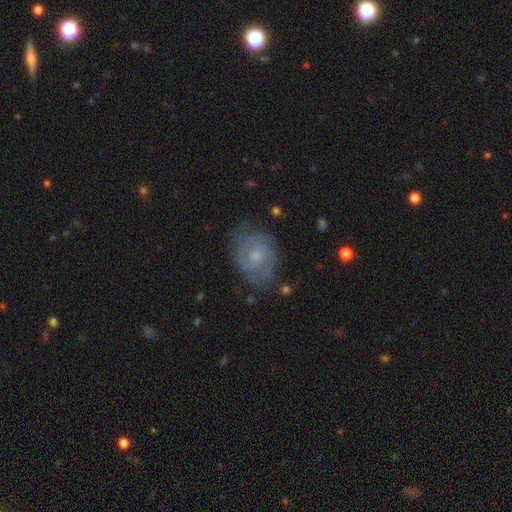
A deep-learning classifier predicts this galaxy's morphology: Overall: featured or disk (58%; smooth 33%). Edge-on disk: no (97%). Bar: no (68%; weak 28%). Spiral arms: yes (77%). Bulge size: small (51%; moderate 40%). Merging: none (66%).